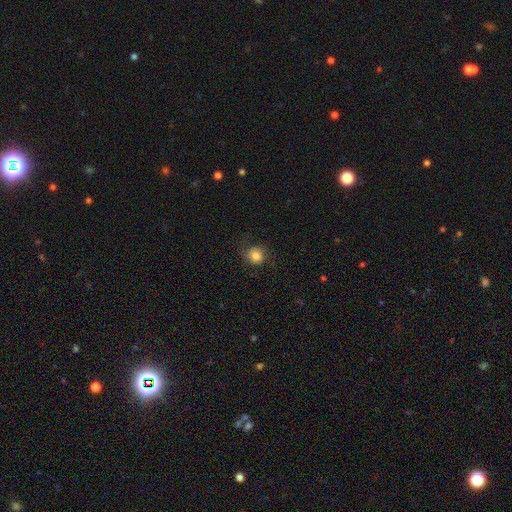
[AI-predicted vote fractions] Morphology: type=smooth (82%); roundness=round (87%); merging=none (74%).